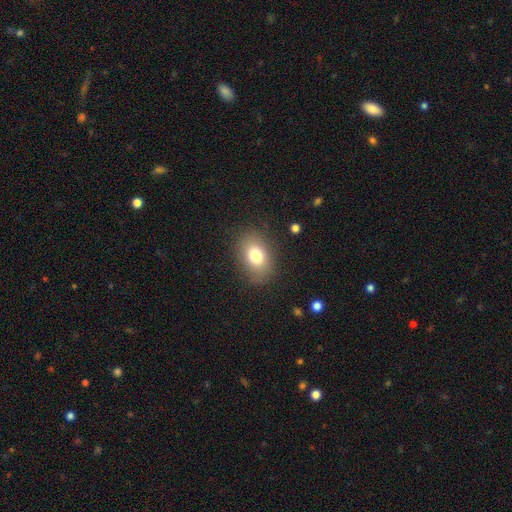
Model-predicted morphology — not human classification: smooth-or-featured: smooth: 77% | featured or disk: 12% | star or artifact: 10%
  how-rounded: in between: 76% | round: 22% | cigar-shaped: 1%
  merging: none: 84% | minor disturbance: 11% | major disturbance: 4% | merger: 1%